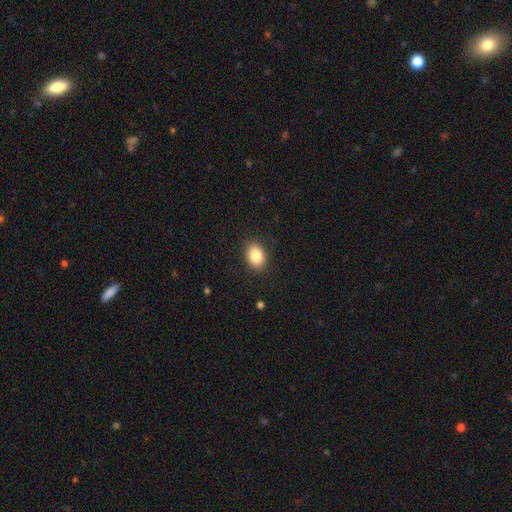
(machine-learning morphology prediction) smooth 85%, star or artifact 8%, featured or disk 6%. Down the decision tree: how rounded — in between (73%); merging — none (88%).